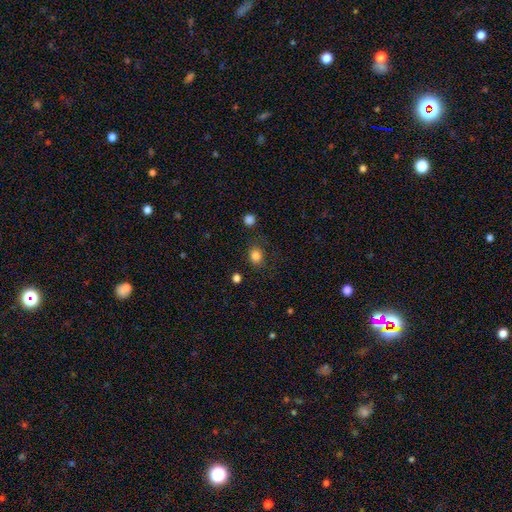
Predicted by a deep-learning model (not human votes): smooth 84%, star or artifact 12%, featured or disk 4%. Down the decision tree: how rounded — round (66%); merging — none (77%).